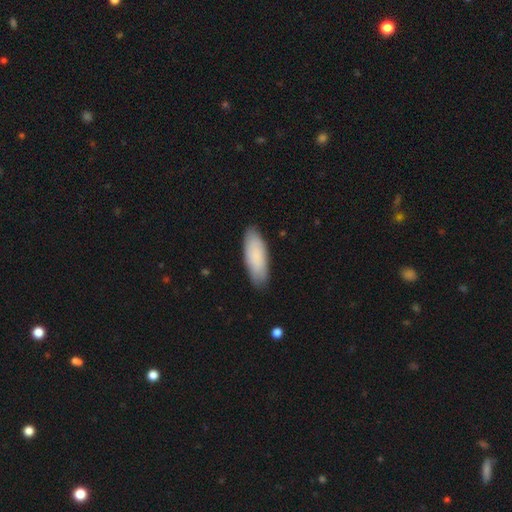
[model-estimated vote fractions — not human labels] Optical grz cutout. It shows a smooth galaxy with no disk features (85%) that is in between round and cigar-shaped (71%). Merging: none (85%).